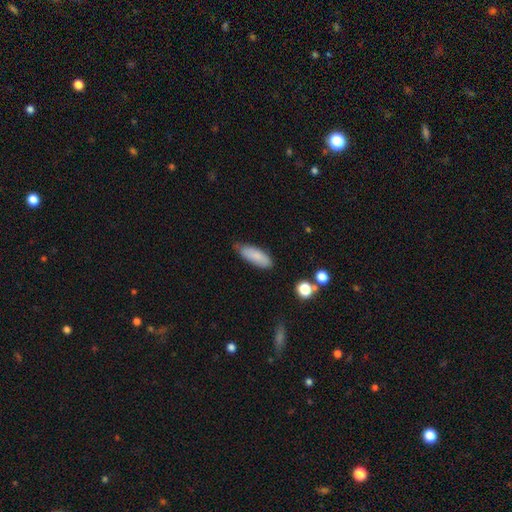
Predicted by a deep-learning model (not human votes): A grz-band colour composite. It shows a smooth galaxy with no disk features (84%) that is in between round and cigar-shaped (64%). Merging: none (70%).